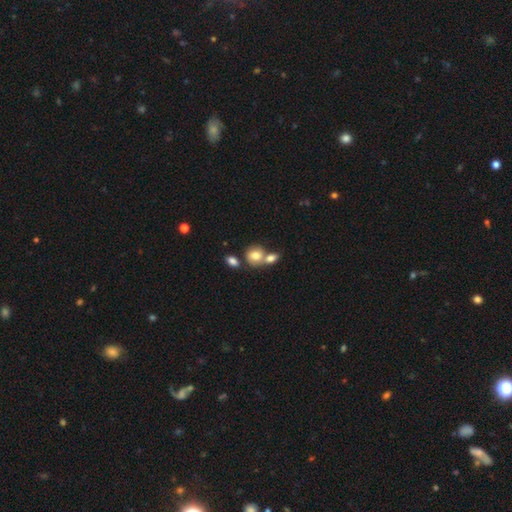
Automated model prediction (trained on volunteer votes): This appears to be a smooth galaxy with no disk features (76%) that is round (61%). Merging: merger (51%).